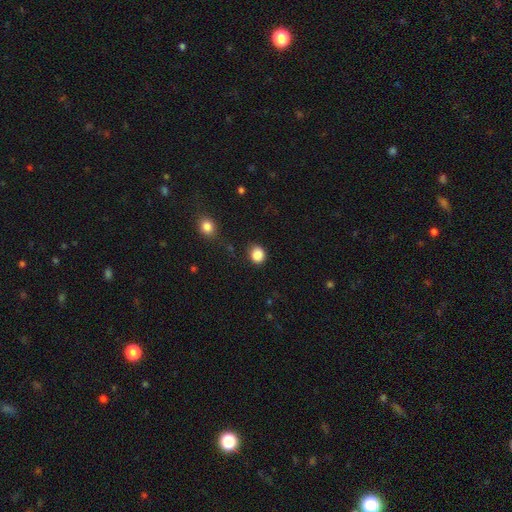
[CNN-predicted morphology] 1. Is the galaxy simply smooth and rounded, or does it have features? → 87% smooth, 9% star or artifact, 3% featured or disk.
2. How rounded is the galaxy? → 71% round, 28% in between, 1% cigar-shaped.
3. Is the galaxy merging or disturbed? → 78% none, 15% minor disturbance, 4% major disturbance, 3% merger.